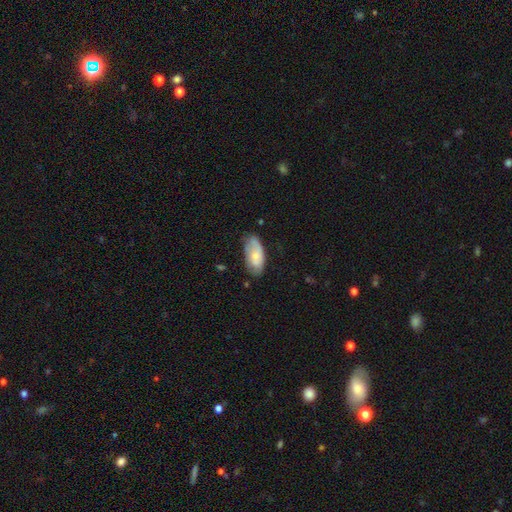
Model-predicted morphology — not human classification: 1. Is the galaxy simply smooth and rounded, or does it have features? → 61% smooth, 33% featured or disk, 6% star or artifact.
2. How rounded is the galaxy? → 91% in between, 6% cigar-shaped, 3% round.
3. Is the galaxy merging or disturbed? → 59% none, 30% minor disturbance, 8% major disturbance, 2% merger.